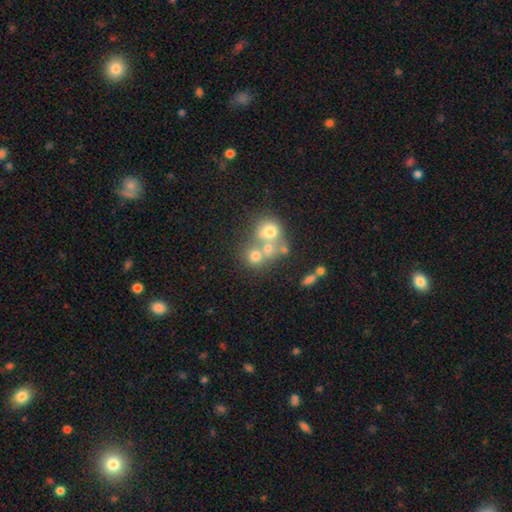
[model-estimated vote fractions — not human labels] smooth_or_featured: smooth (p=0.64) [alt: featured or disk p=0.20]
how_rounded: round (p=0.79) [alt: in between p=0.19]
merging: merger (p=0.47) [alt: none p=0.40]